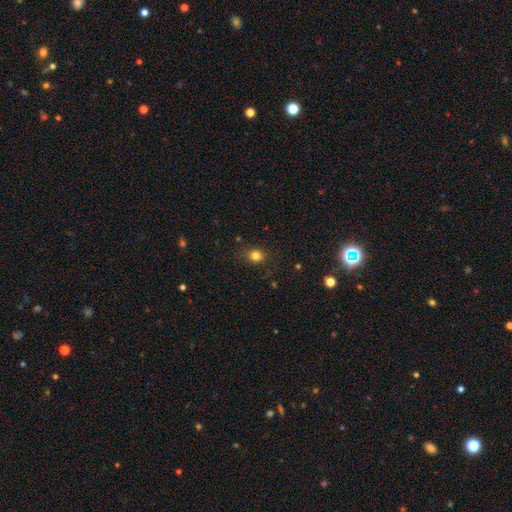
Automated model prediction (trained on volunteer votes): A smooth galaxy with no disk features (81%) that is round (73%).

Vote fractions:
- Smooth or featured? smooth: 81% / star or artifact: 14% / featured or disk: 6%
- How rounded? round: 73% / in between: 26% / cigar-shaped: 1%
- Merging? none: 83% / minor disturbance: 12% / major disturbance: 4% / merger: 1%